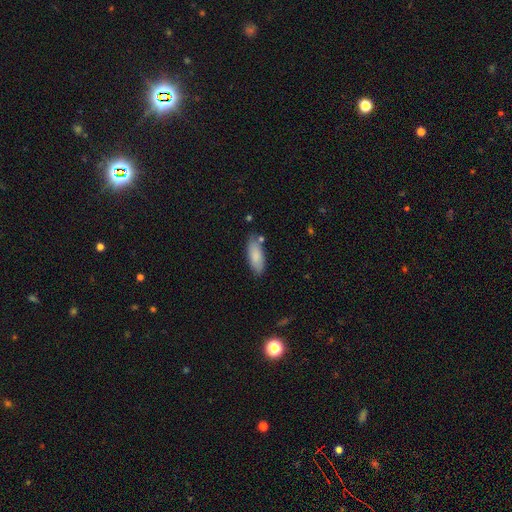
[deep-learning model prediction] smooth_or_featured: smooth (p=0.84) [alt: featured or disk p=0.10]
how_rounded: in between (p=0.75) [alt: cigar-shaped p=0.23]
merging: none (p=0.77) [alt: minor disturbance p=0.15]